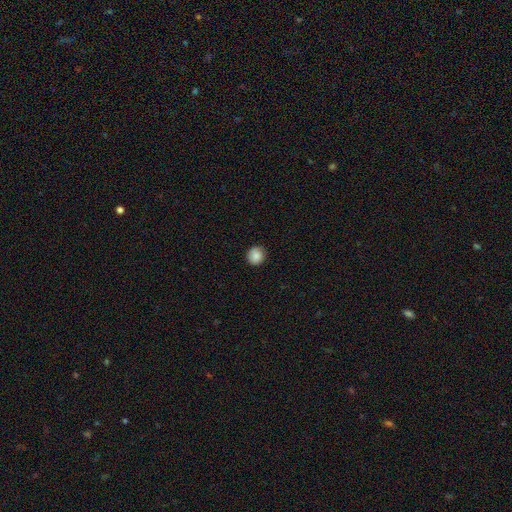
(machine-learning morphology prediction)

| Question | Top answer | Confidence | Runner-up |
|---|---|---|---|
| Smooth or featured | smooth | 87% | star or artifact (9%) |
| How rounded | round | 90% | in between (9%) |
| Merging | none | 88% | minor disturbance (9%) |